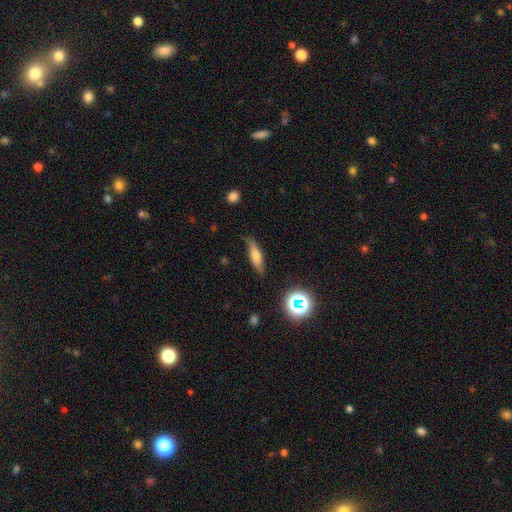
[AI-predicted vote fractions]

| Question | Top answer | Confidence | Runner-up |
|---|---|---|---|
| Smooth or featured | smooth | 57% | featured or disk (33%) |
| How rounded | cigar-shaped | 57% | in between (39%) |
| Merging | none | 76% | minor disturbance (18%) |